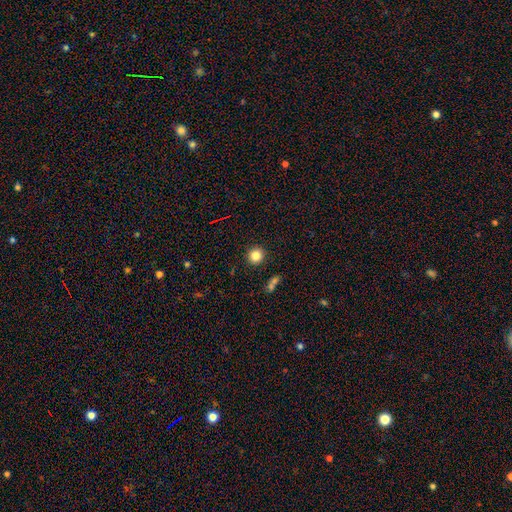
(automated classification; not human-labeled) Smooth or featured? smooth (82%)
How rounded? round (93%)
Merging? none (90%)